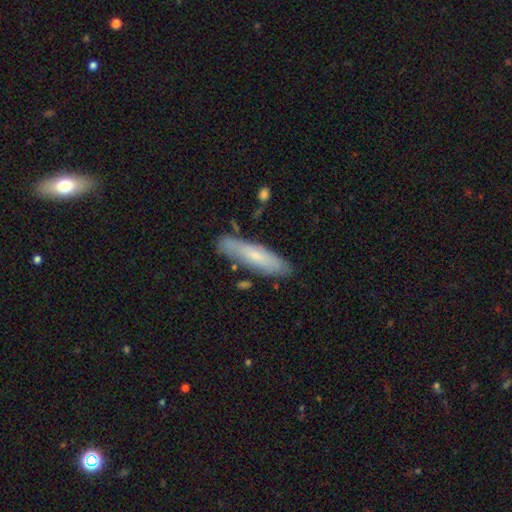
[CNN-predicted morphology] A smooth galaxy with no disk features (64%) that is cigar-shaped (73%). Merging: none (79%).